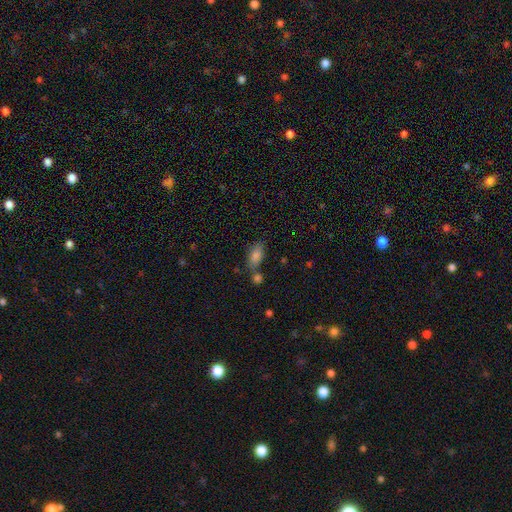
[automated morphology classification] smooth 80%, star or artifact 11%, featured or disk 9%. Down the decision tree: how rounded — in between (86%); merging — none (59%).